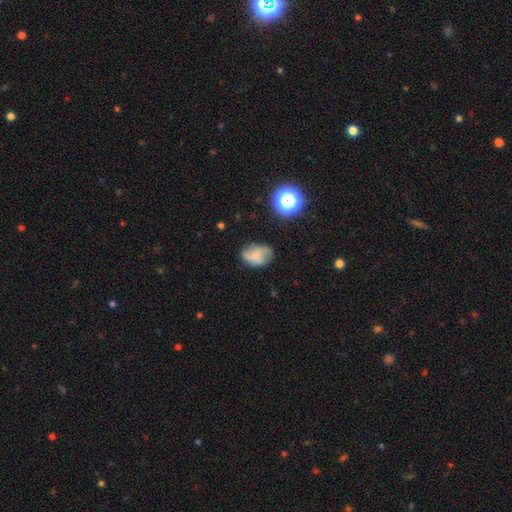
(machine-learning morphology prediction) A smooth galaxy with no disk features (54%) that is in between round and cigar-shaped (74%). Merging: none (58%).